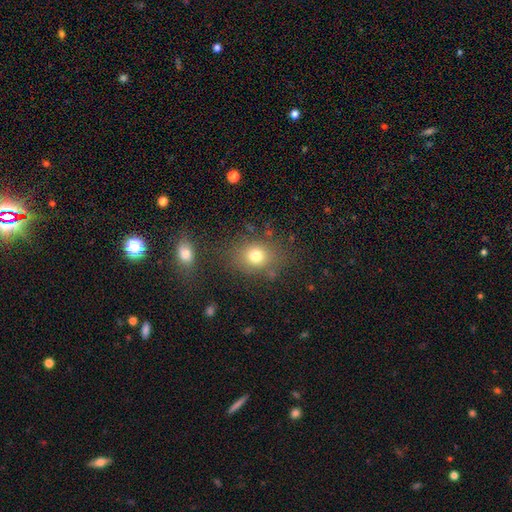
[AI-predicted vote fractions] Overall: smooth (76%). How rounded: round (58%; in between 41%). Merging: none (75%).